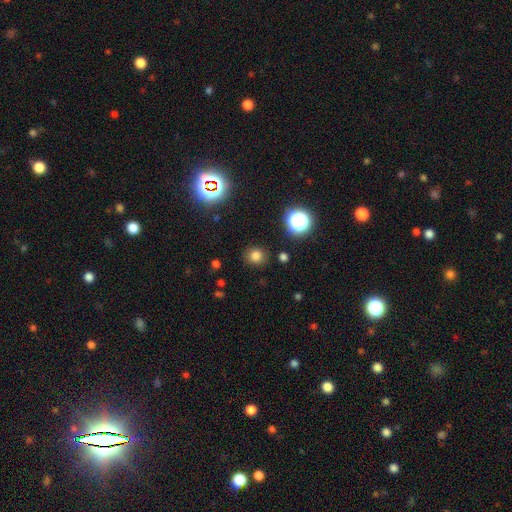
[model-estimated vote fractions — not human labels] Smooth or featured? smooth (77%)
How rounded? round (86%)
Merging? none (88%)